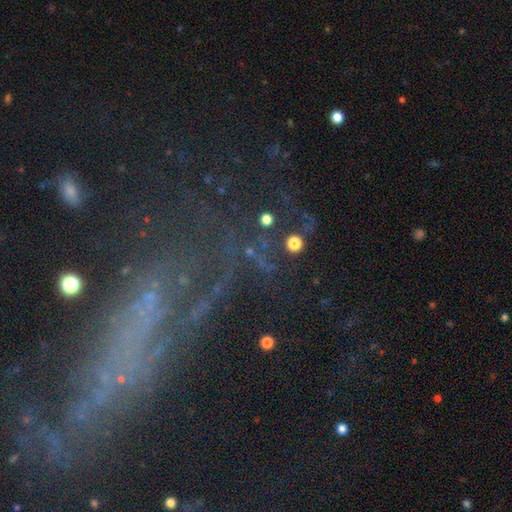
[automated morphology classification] Smooth or featured: star or artifact — 49% (featured or disk — 31%)